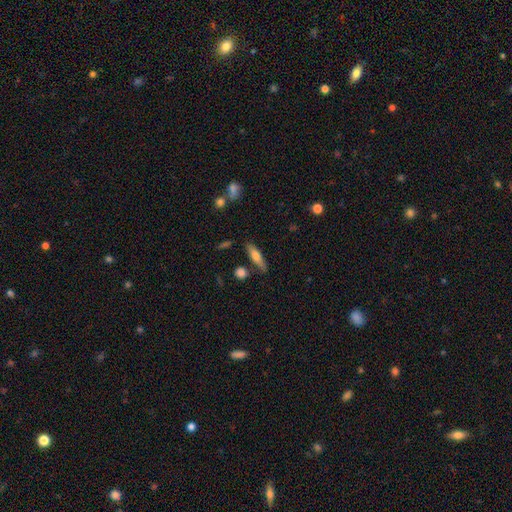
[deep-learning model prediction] smooth 58%, featured or disk 35%, star or artifact 7%. Down the decision tree: how rounded — cigar-shaped (69%); merging — none (78%).